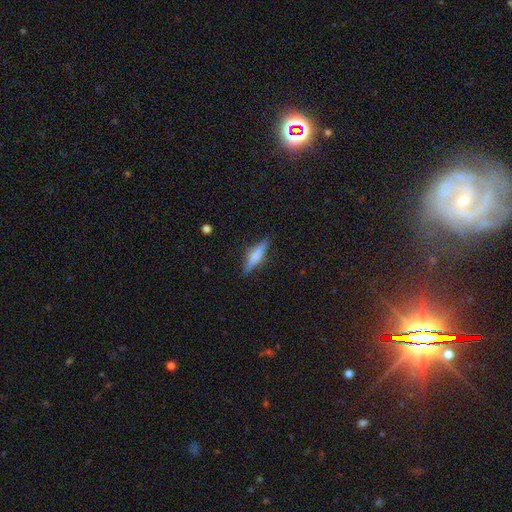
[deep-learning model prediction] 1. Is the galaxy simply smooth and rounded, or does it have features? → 59% smooth, 34% featured or disk, 7% star or artifact.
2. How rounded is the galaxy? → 73% cigar-shaped, 25% in between, 2% round.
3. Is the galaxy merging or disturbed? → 84% none, 12% minor disturbance, 3% major disturbance, 1% merger.